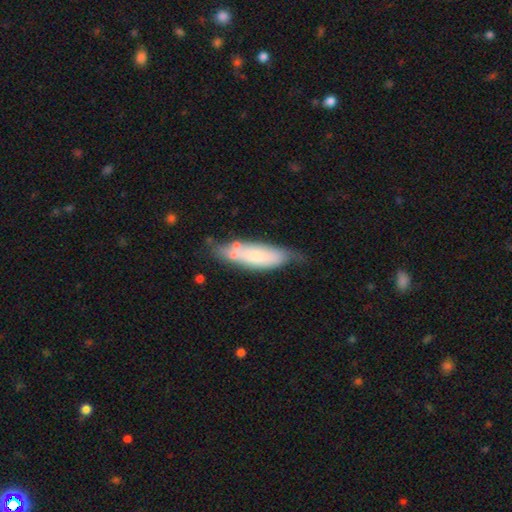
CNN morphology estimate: A smooth galaxy with no disk features (63%) that is in between round and cigar-shaped (53%).

Vote fractions:
- Smooth or featured? smooth: 63% / featured or disk: 31% / star or artifact: 6%
- How rounded? in between: 53% / cigar-shaped: 45% / round: 2%
- Merging? none: 50% / minor disturbance: 30% / merger: 12% / major disturbance: 9%